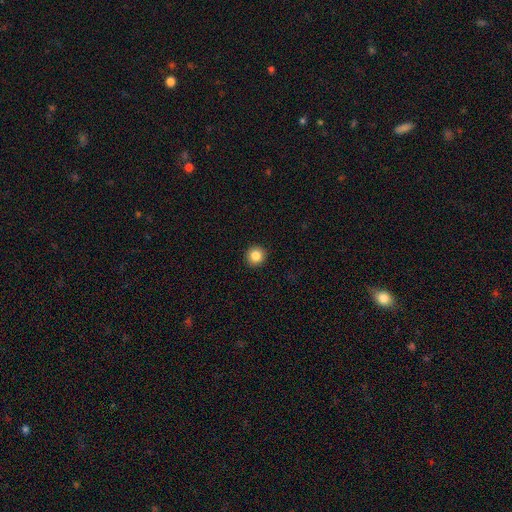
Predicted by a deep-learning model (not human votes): Overall: smooth (85%). How rounded: round (94%). Merging: none (93%).